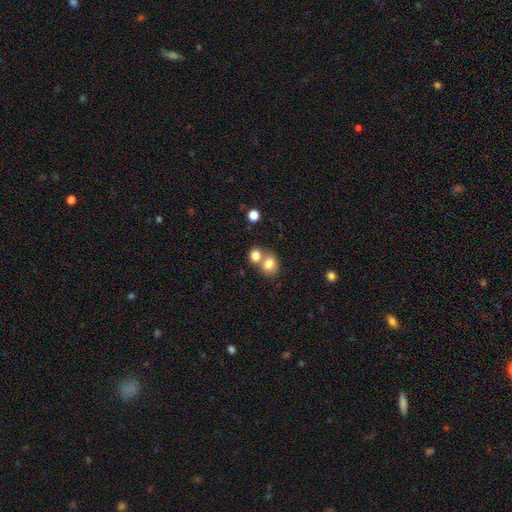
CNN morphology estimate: smooth_or_featured: smooth (p=0.80) [alt: featured or disk p=0.10]
how_rounded: round (p=0.59) [alt: in between p=0.40]
merging: merger (p=0.52) [alt: none p=0.38]